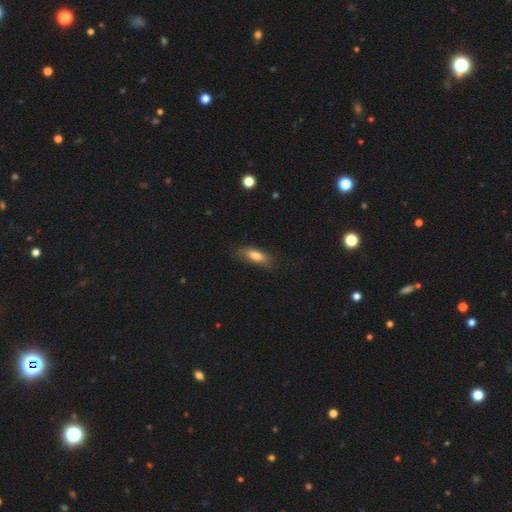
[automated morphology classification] Smooth or featured: smooth — 78% (featured or disk — 15%)
How rounded: in between — 67% (cigar-shaped — 30%)
Merging: none — 77% (minor disturbance — 18%)